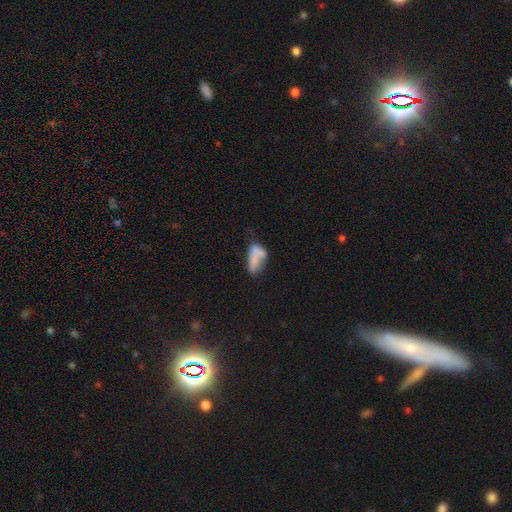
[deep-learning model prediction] smooth_or_featured: smooth (p=0.65) [alt: featured or disk p=0.25]
how_rounded: in between (p=0.82) [alt: cigar-shaped p=0.14]
merging: none (p=0.30) [alt: minor disturbance p=0.26]